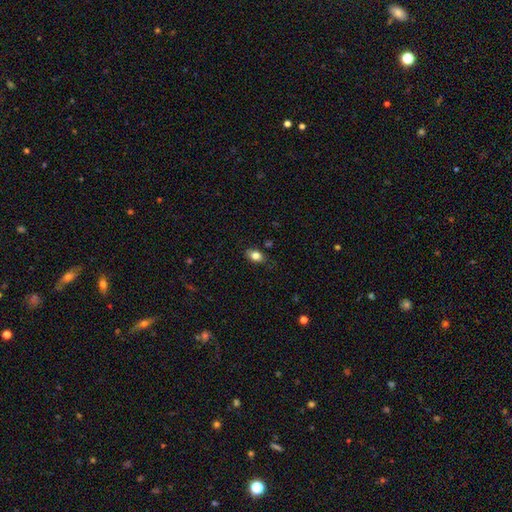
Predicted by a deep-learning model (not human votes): The model was most divided on "merging": none: 78%, minor disturbance: 17%, major disturbance: 3%, merger: 1%. More confident: smooth or featured — smooth (81%); how rounded — in between (80%).